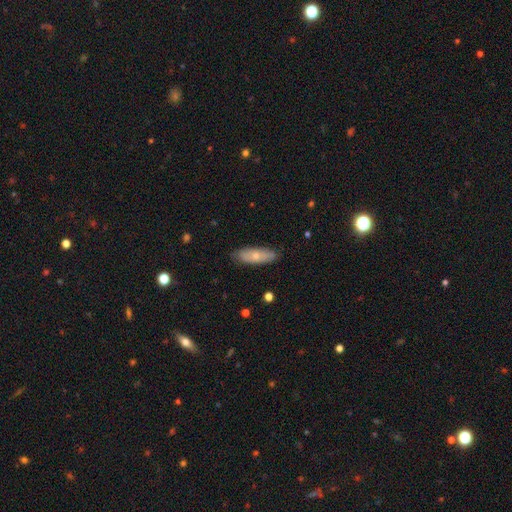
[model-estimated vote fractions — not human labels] A smooth galaxy with no disk features (59%) that is in between round and cigar-shaped (60%).

Vote fractions:
- Smooth or featured? smooth: 59% / featured or disk: 35% / star or artifact: 6%
- How rounded? in between: 60% / cigar-shaped: 37% / round: 2%
- Merging? none: 83% / minor disturbance: 14% / major disturbance: 2% / merger: 1%